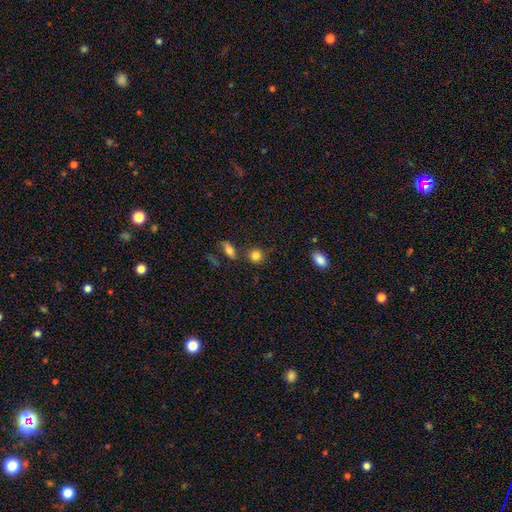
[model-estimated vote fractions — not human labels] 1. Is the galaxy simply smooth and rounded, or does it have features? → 84% smooth, 10% star or artifact, 7% featured or disk.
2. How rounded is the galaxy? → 83% round, 16% in between, 1% cigar-shaped.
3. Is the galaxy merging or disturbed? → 73% none, 12% minor disturbance, 11% merger, 4% major disturbance.